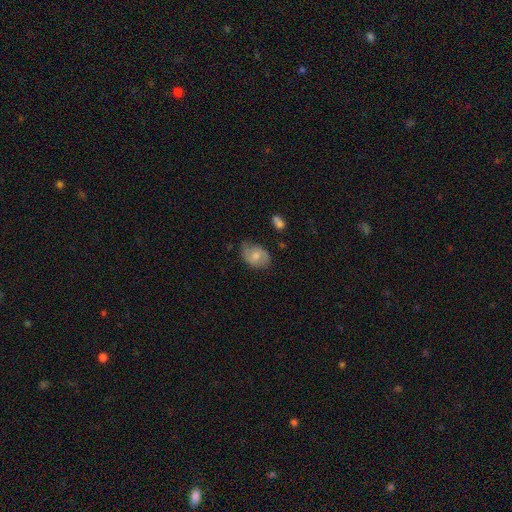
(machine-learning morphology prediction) Overall: smooth (55%; featured or disk 38%). How rounded: in between (74%). Merging: none (64%; minor disturbance 27%).